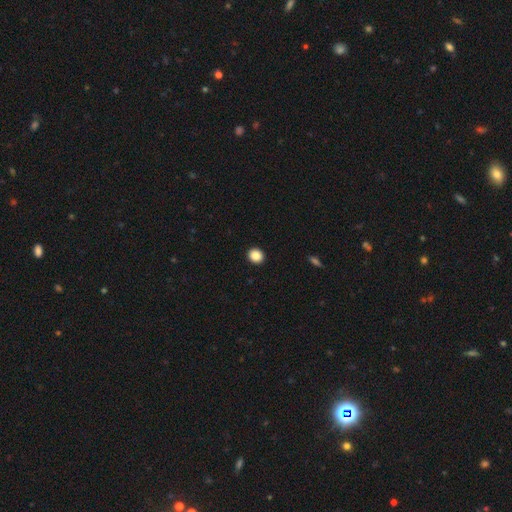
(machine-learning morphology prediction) Smooth or featured? smooth (87%)
How rounded? round (85%)
Merging? none (93%)